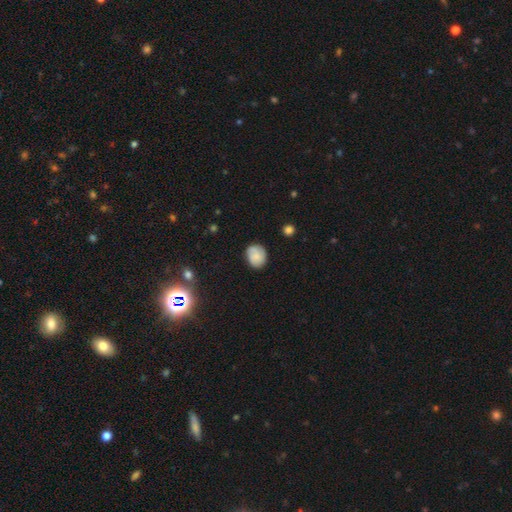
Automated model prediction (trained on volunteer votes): Q: Smooth or featured?
A: smooth (66%); runner-up: featured or disk (25%)
Q: How rounded?
A: round (60%); runner-up: in between (39%)
Q: Merging?
A: none (76%); runner-up: minor disturbance (19%)